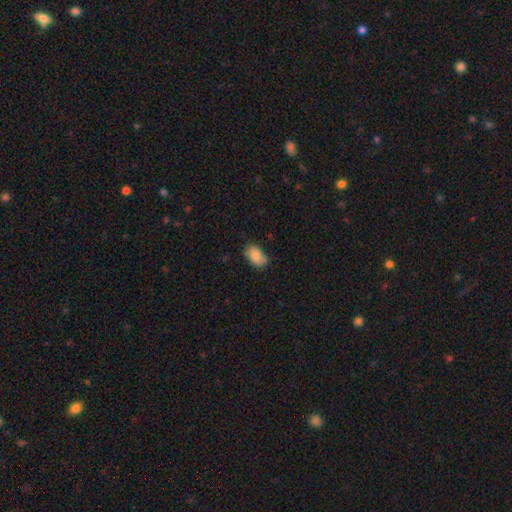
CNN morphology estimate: Smooth or featured?
  - smooth: 79% *
  - featured or disk: 13%
  - star or artifact: 8%
How rounded?
  - in between: 88% *
  - round: 10%
  - cigar-shaped: 1%
Merging?
  - none: 71% *
  - minor disturbance: 23%
  - major disturbance: 5%
  - merger: 2%